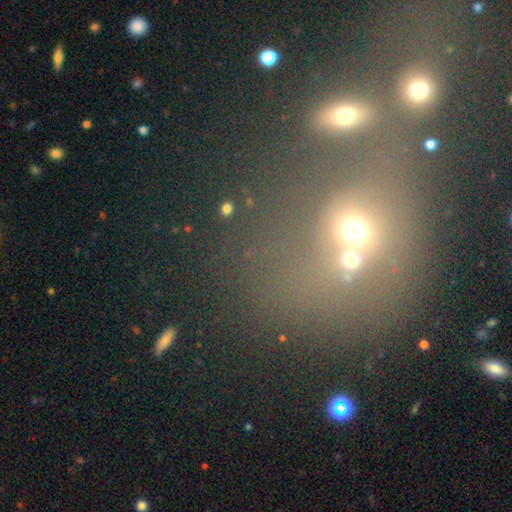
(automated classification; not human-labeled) Morphology: type=smooth (44%); merging=merger (48%).